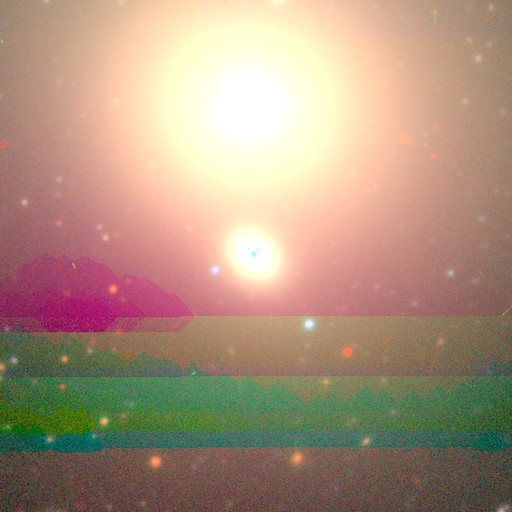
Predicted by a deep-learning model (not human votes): smooth-or-featured: smooth: 50% | star or artifact: 37% | featured or disk: 14%
  merging: none: 76% | minor disturbance: 10% | merger: 7% | major disturbance: 6%